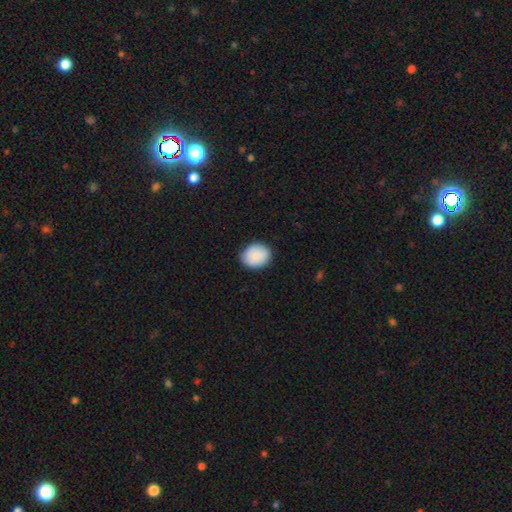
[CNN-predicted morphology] Smooth or featured: smooth — 88% (star or artifact — 7%)
How rounded: round — 59% (in between — 40%)
Merging: none — 85% (minor disturbance — 12%)